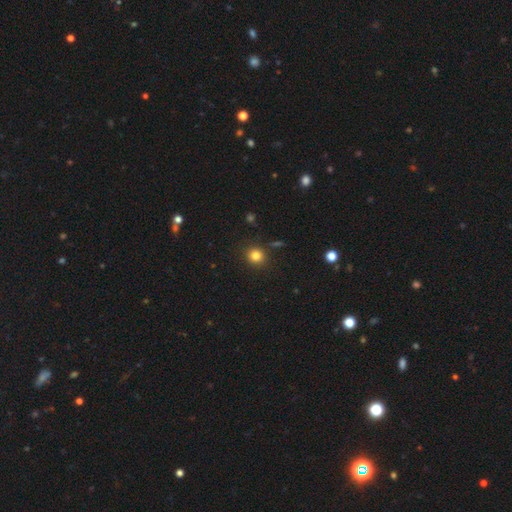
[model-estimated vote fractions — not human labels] Smooth or featured? Predicted: smooth (p=0.82). How rounded? Predicted: round (p=0.89). Merging? Predicted: none (p=0.89).